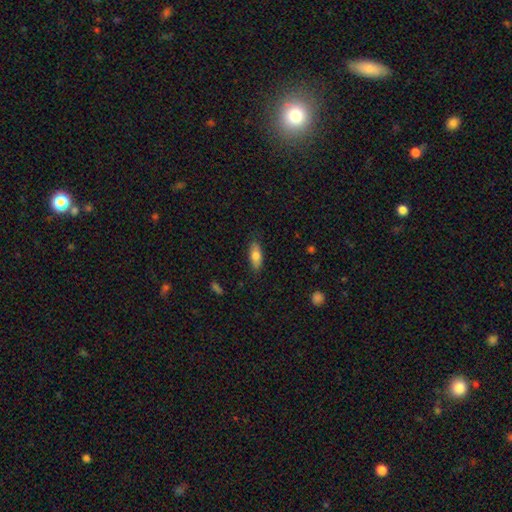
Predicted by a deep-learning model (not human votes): The model was most divided on "how rounded": in between: 76%, cigar-shaped: 21%, round: 3%. More confident: merging — none (84%); smooth or featured — smooth (77%).